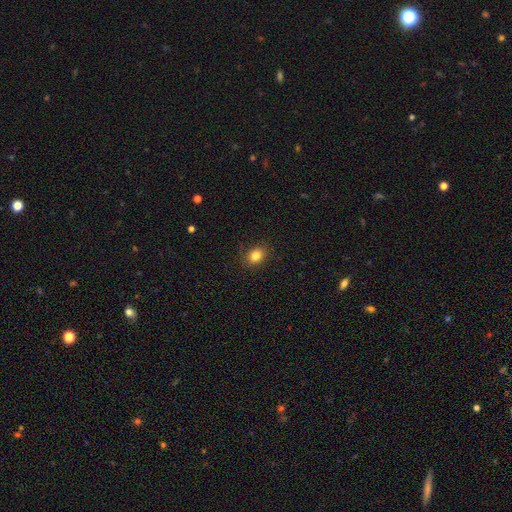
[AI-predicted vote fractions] smooth 83%, star or artifact 11%, featured or disk 6%. Down the decision tree: how rounded — in between (56%); merging — none (84%).